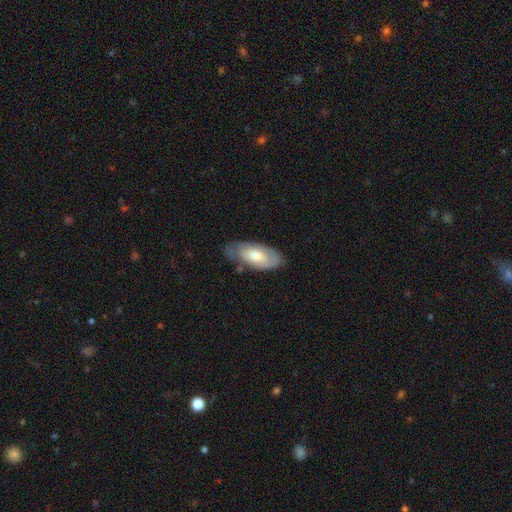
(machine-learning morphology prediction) Overall: smooth (53%; featured or disk 42%). How rounded: in between (90%). Merging: none (63%; minor disturbance 28%).